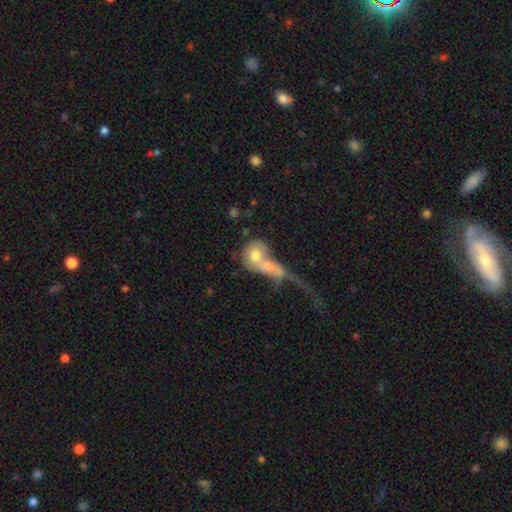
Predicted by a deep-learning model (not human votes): The model was most divided on "how rounded": round: 53%, in between: 41%, cigar-shaped: 6%. More confident: merging — merger (68%); smooth or featured — smooth (52%).